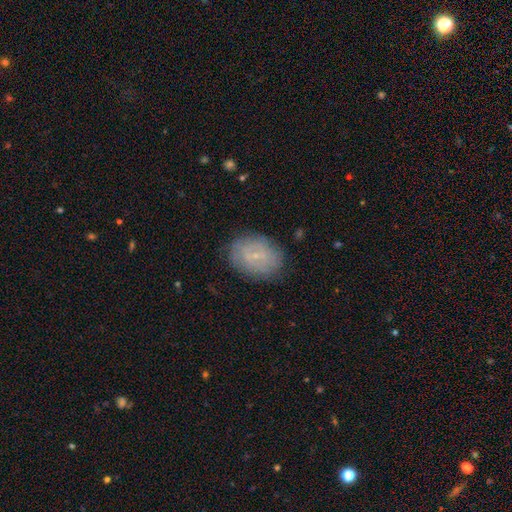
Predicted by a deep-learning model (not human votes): Smooth or featured?
  - smooth: 47% *
  - featured or disk: 43%
  - star or artifact: 10%
Merging?
  - none: 80% *
  - minor disturbance: 14%
  - major disturbance: 4%
  - merger: 1%